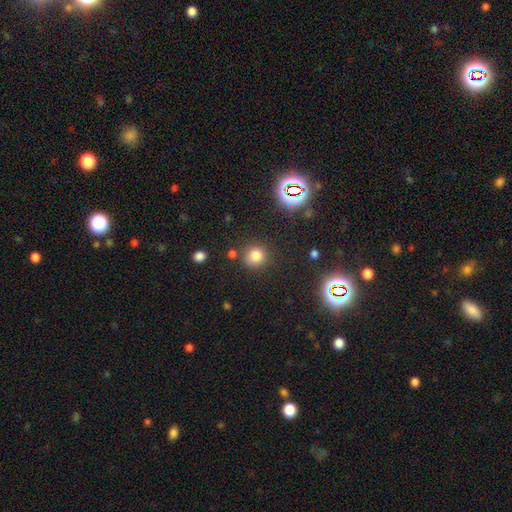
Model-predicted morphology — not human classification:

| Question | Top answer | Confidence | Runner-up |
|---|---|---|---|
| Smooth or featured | smooth | 77% | star or artifact (17%) |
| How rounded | round | 88% | in between (11%) |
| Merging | none | 80% | minor disturbance (10%) |